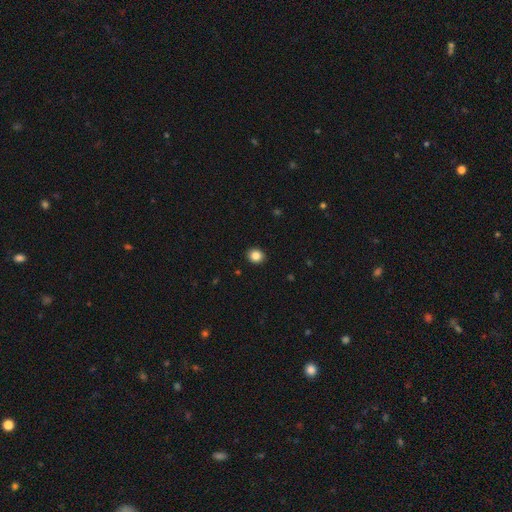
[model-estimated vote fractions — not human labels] Smooth or featured? smooth (85%)
How rounded? round (74%)
Merging? none (92%)